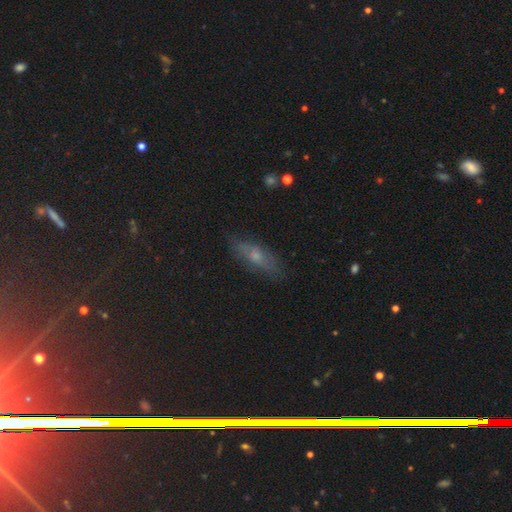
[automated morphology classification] A smooth galaxy with no disk features (48%). Merging: none (79%).